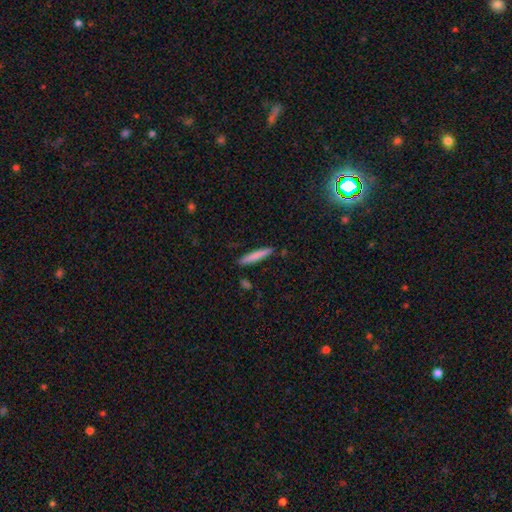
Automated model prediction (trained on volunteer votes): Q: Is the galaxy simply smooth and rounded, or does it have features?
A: smooth — 78%.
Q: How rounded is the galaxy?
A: cigar-shaped — 94%.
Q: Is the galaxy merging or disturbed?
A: none — 88%.